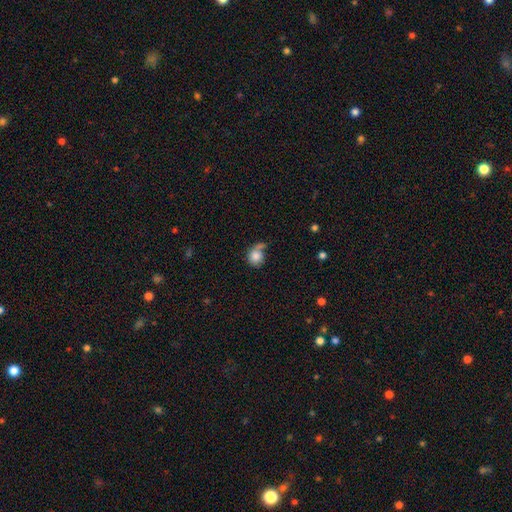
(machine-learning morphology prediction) A smooth galaxy with no disk features (79%) that is round (78%).

Vote fractions:
- Smooth or featured? smooth: 79% / featured or disk: 13% / star or artifact: 8%
- How rounded? round: 78% / in between: 21% / cigar-shaped: 1%
- Merging? none: 41% / minor disturbance: 22% / major disturbance: 18% / merger: 18%